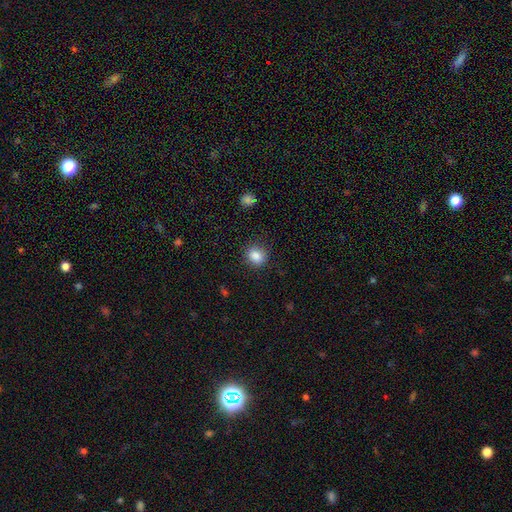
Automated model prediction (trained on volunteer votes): Morphology: type=smooth (85%); roundness=round (69%); merging=none (85%).